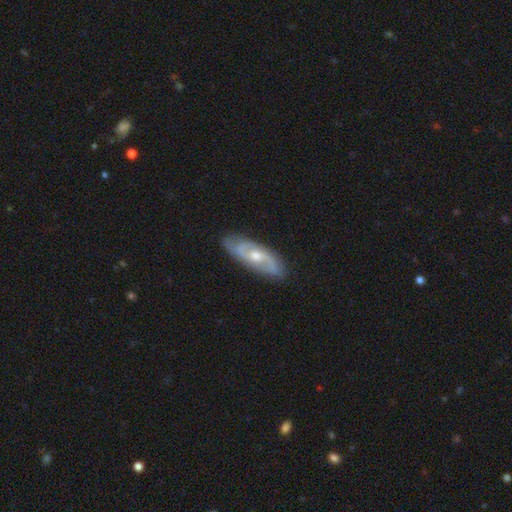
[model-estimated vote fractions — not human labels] featured or disk 81%, smooth 14%, star or artifact 5%. Down the decision tree: edge-on disk — no (88%); bar — no (52%); spiral arms — yes (93%); spiral arm count — 2 (82%); spiral winding — medium (48%); bulge size — moderate (61%); merging — none (84%).